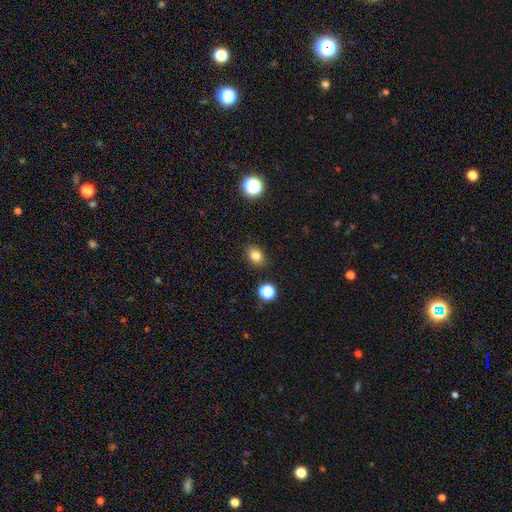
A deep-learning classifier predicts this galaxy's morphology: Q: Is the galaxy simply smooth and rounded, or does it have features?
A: smooth — 81%.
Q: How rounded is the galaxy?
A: in between — 64%.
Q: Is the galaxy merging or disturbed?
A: none — 85%.